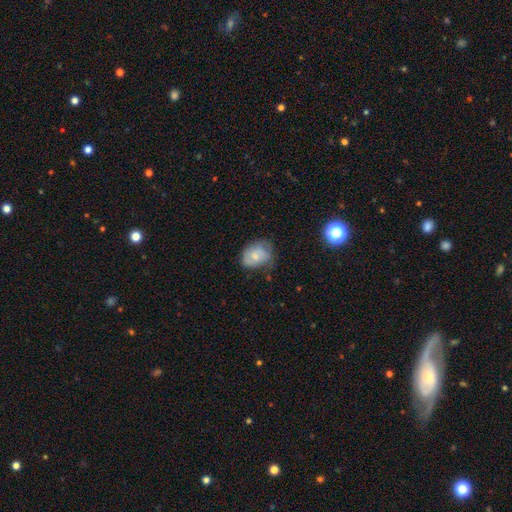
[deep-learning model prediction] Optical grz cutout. It shows a smooth galaxy with no disk features (61%) that is in between round and cigar-shaped (59%). Merging: none (52%).